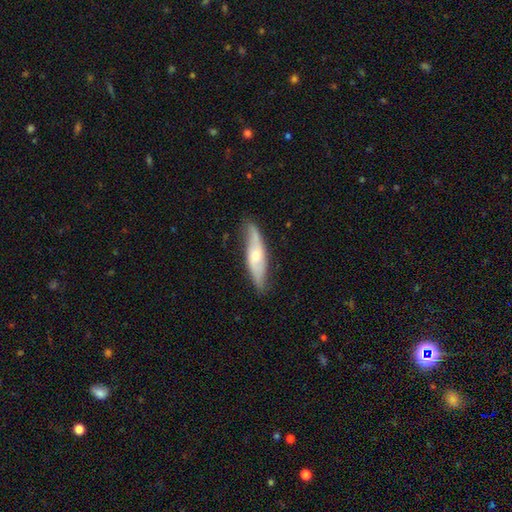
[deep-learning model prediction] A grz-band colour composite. It shows a featured or disk galaxy (61%). Merging: none (77%).